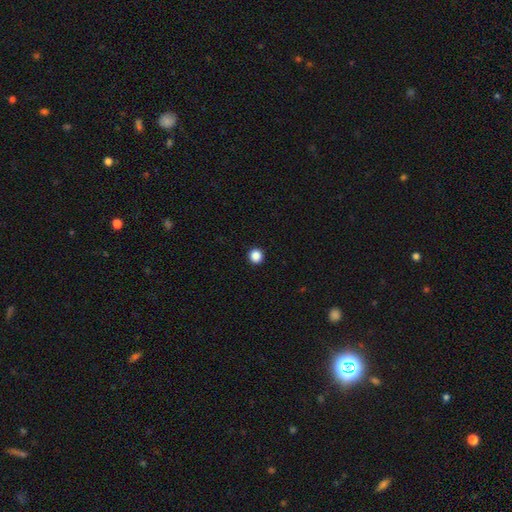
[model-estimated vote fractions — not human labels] Smooth or featured? Predicted: smooth (p=0.87). How rounded? Predicted: round (p=0.95). Merging? Predicted: none (p=0.94).